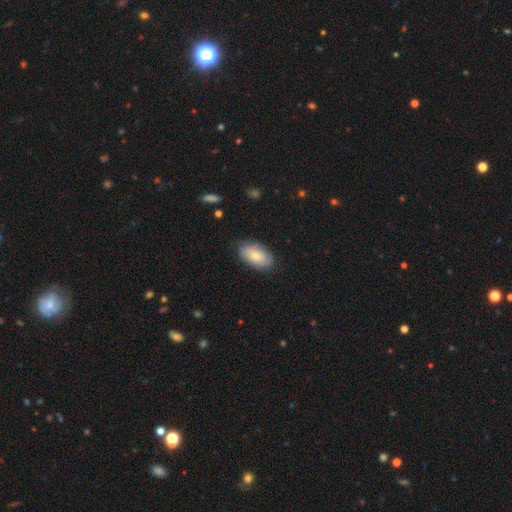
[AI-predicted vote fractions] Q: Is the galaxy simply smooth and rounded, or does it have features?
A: smooth — 75%.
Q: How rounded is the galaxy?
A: in between — 93%.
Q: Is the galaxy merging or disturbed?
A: none — 78%.